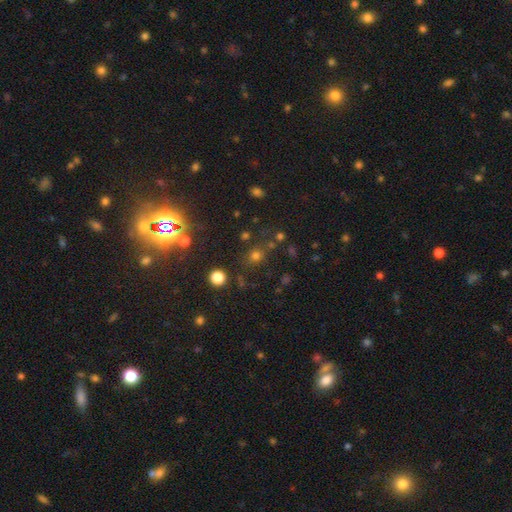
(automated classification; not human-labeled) Smooth or featured? Predicted: smooth (p=0.61). How rounded? Predicted: round (p=0.82). Merging? Predicted: none (p=0.76).